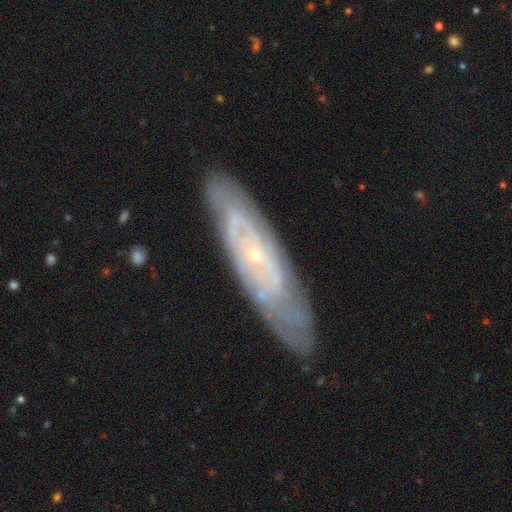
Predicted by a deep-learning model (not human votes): The model was most divided on "spiral arm count": can't tell: 55%, 2: 19%, 3: 8%, 4: 7%, more than 4: 5%, 1: 5%. More confident: spiral arms — yes (89%); bulge size — small (84%); smooth or featured — featured or disk (81%); merging — none (81%); edge-on disk — no (76%); spiral winding — tight (73%); bar — no (72%).